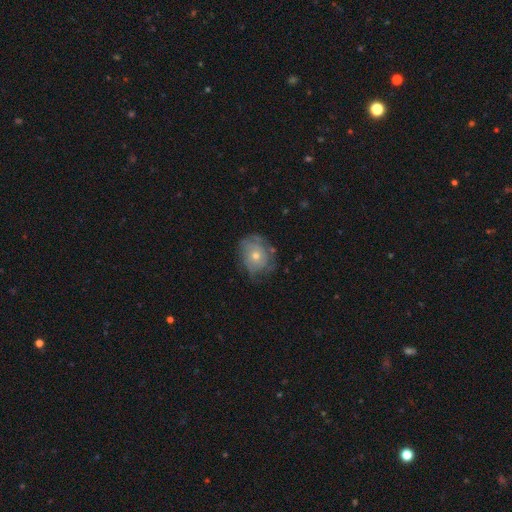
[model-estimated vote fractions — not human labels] A featured or disk galaxy (54%) with no bar (88%), spiral arms (64%) and a moderate central bulge (49%).

Vote fractions:
- Smooth or featured? featured or disk: 54% / smooth: 35% / star or artifact: 10%
- Edge-on disk? no: 96% / yes: 4%
- Bar? no: 88% / weak: 10% / strong: 2%
- Spiral arms? yes: 64% / no: 36%
- Bulge size? moderate: 49% / small: 46% / large: 2% / none: 1% / dominant: 1%
- Merging? none: 66% / minor disturbance: 23% / major disturbance: 10% / merger: 2%